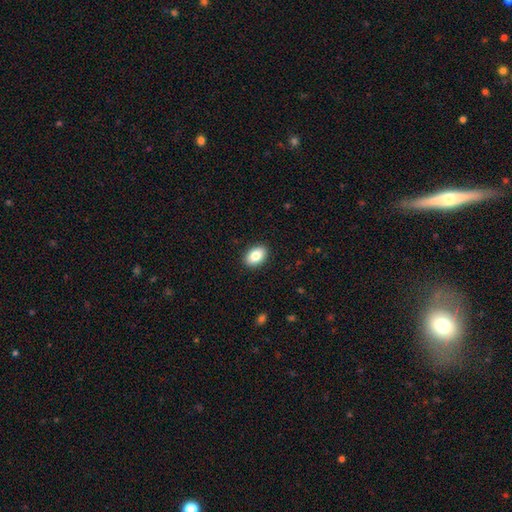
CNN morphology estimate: smooth 84%, featured or disk 8%, star or artifact 7%. Down the decision tree: how rounded — in between (89%); merging — none (90%).